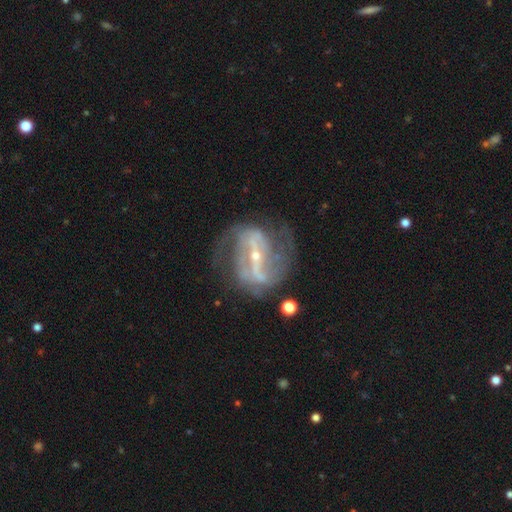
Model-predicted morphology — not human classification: Smooth or featured? featured or disk (88%)
Edge-on disk? no (95%)
Bar? strong (71%)
Spiral arms? yes (92%)
Spiral winding? medium (45%)
Spiral arm count? 2 (70%)
Bulge size? small (74%)
Merging? none (63%)